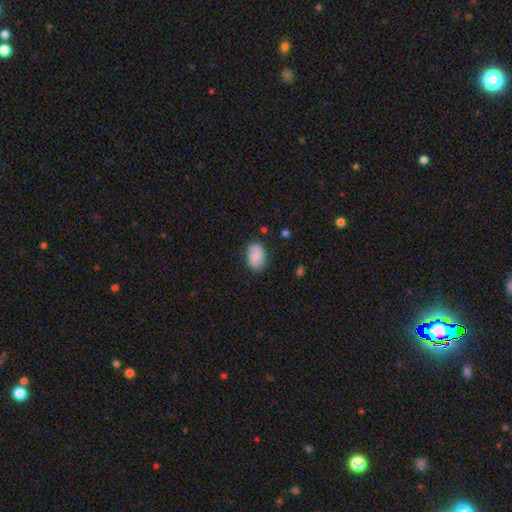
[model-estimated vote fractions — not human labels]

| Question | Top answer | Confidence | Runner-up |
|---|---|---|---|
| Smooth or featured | smooth | 77% | featured or disk (16%) |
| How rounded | in between | 85% | round (14%) |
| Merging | none | 77% | minor disturbance (17%) |